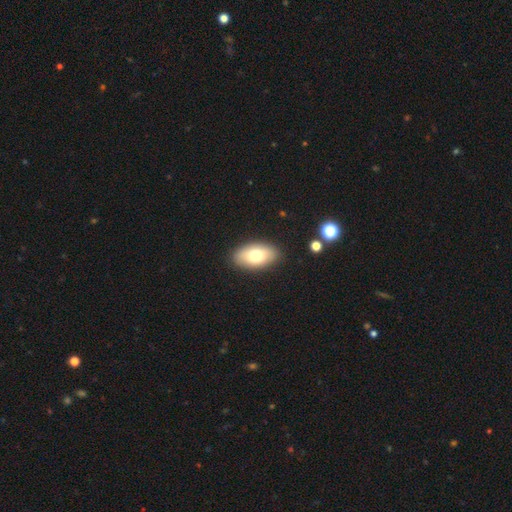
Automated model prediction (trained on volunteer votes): Smooth or featured?
  - smooth: 73% *
  - featured or disk: 20%
  - star or artifact: 7%
How rounded?
  - in between: 93% *
  - round: 4%
  - cigar-shaped: 2%
Merging?
  - none: 88% *
  - minor disturbance: 9%
  - major disturbance: 2%
  - merger: 1%